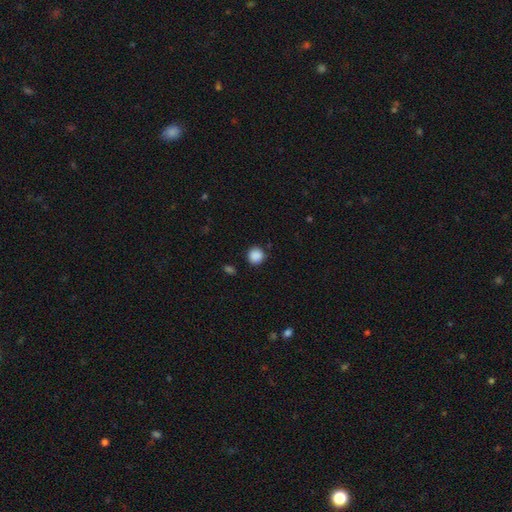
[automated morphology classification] Smooth or featured?
  - smooth: 88% *
  - star or artifact: 10%
  - featured or disk: 3%
How rounded?
  - round: 92% *
  - in between: 8%
  - cigar-shaped: 1%
Merging?
  - none: 86% *
  - minor disturbance: 9%
  - major disturbance: 3%
  - merger: 2%